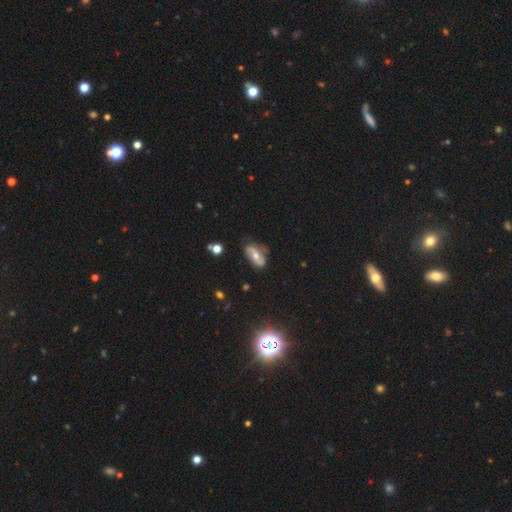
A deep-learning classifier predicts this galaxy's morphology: Smooth or featured? featured or disk (58%)
Edge-on disk? no (87%)
Bar? no (45%)
Spiral arms? yes (73%)
Bulge size? moderate (62%)
Merging? none (65%)